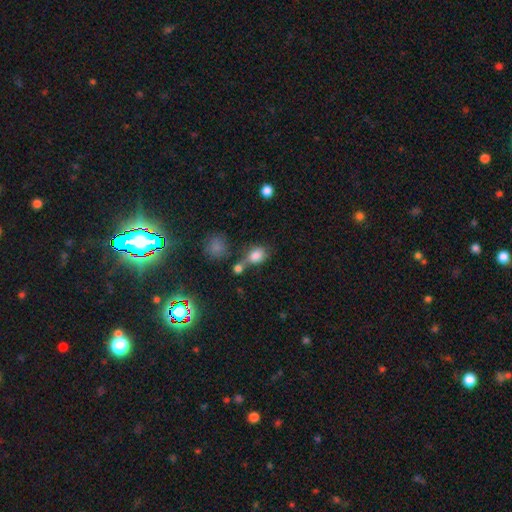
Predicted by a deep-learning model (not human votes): Overall: smooth (80%). How rounded: in between (62%; round 36%). Merging: merger (38%, tied with none).